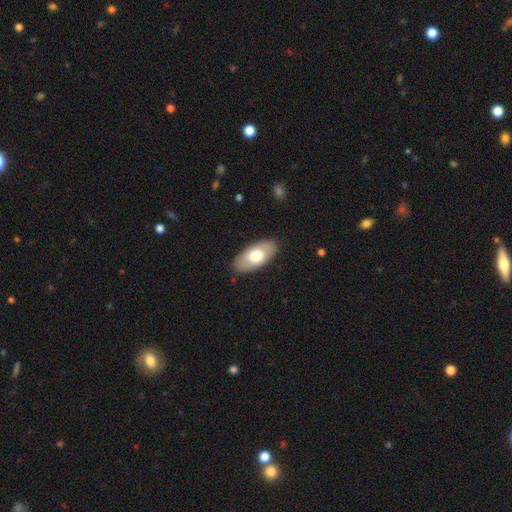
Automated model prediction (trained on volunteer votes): Overall: smooth (68%). How rounded: in between (93%). Merging: none (88%).